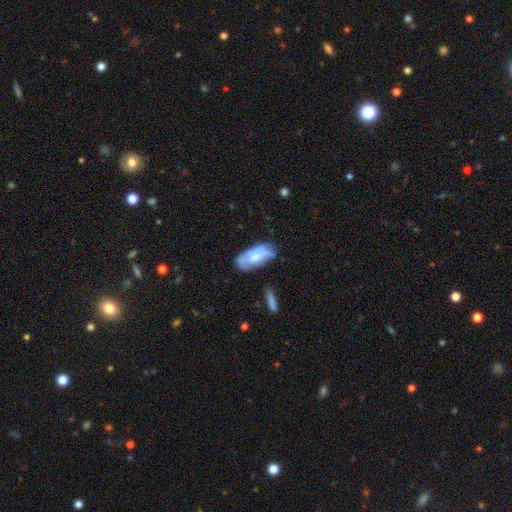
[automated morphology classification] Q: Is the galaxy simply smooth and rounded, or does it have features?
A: smooth — 57%.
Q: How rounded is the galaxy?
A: in between — 89%.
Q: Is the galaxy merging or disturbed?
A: none — 57%.